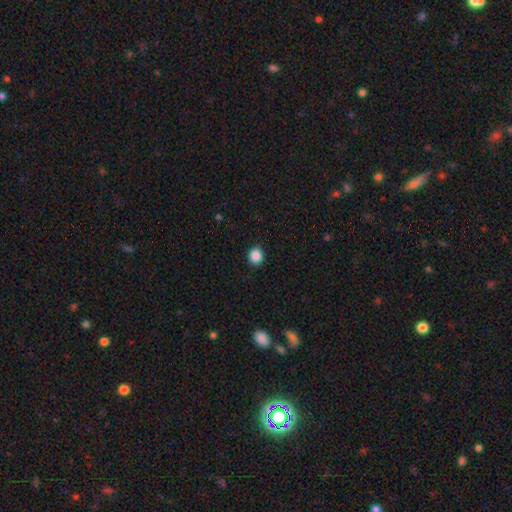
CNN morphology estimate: This is clearly a smooth galaxy (87%). How rounded: clearly round (83%). Merging: clearly none (92%).